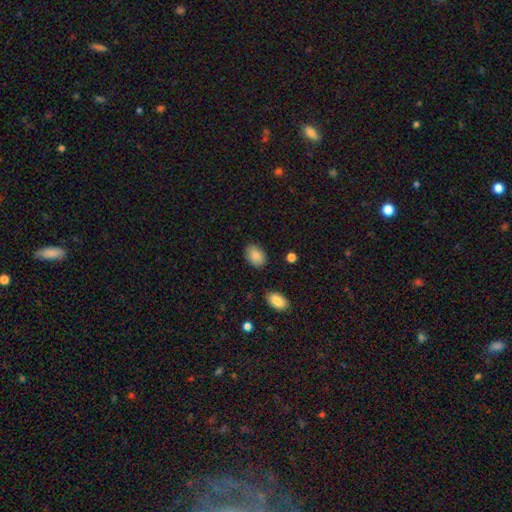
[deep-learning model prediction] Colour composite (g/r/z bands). It shows a smooth galaxy with no disk features (87%) that is in between round and cigar-shaped (78%). Merging: none (84%).